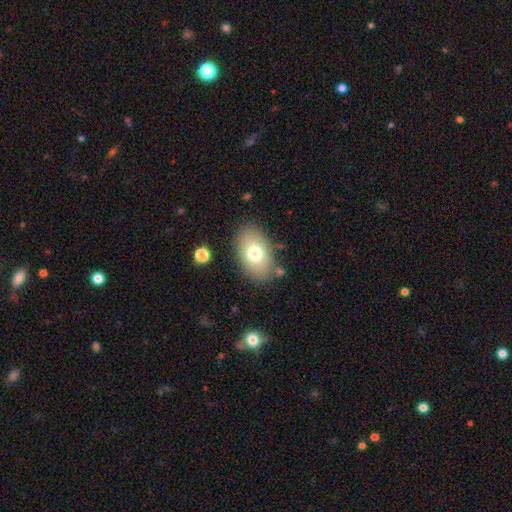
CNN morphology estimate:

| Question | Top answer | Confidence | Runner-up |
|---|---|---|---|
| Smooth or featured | smooth | 73% | featured or disk (19%) |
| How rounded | in between | 90% | round (9%) |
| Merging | none | 82% | minor disturbance (12%) |